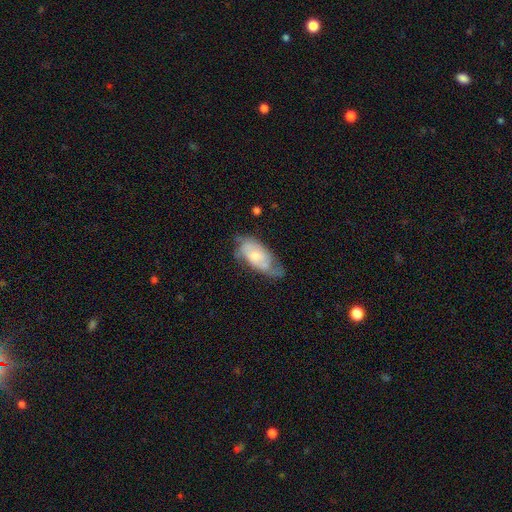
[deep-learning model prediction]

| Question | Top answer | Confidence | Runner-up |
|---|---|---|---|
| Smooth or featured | featured or disk | 58% | smooth (36%) |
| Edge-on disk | no | 92% | yes (8%) |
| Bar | no | 73% | weak (23%) |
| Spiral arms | yes | 73% | no (27%) |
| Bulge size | small | 47% | moderate (44%) |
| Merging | none | 43% | minor disturbance (35%) |